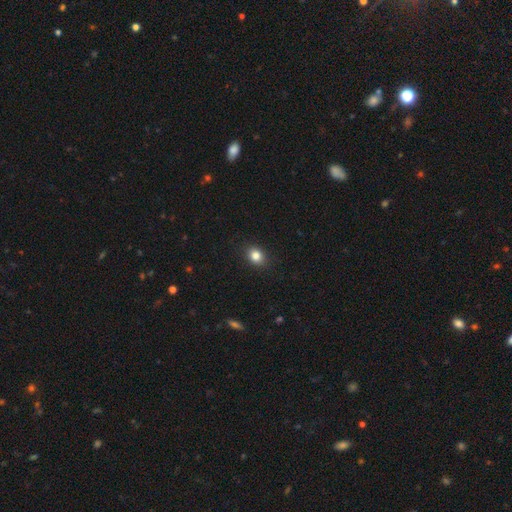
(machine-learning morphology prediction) Overall: smooth (84%). How rounded: round (53%; in between 46%). Merging: none (89%).